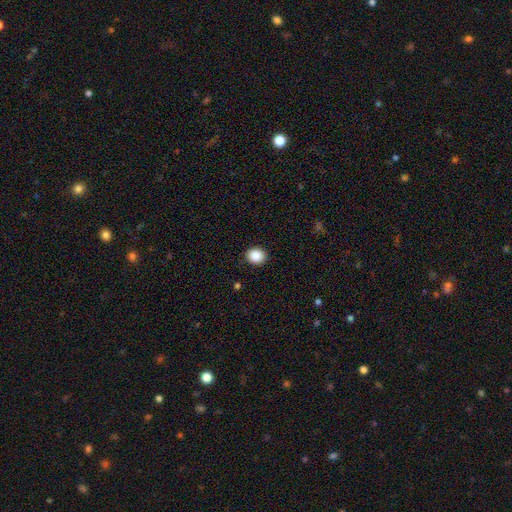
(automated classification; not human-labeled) Smooth or featured?
  - smooth: 88% *
  - star or artifact: 9%
  - featured or disk: 4%
How rounded?
  - round: 71% *
  - in between: 28%
  - cigar-shaped: 1%
Merging?
  - none: 91% *
  - minor disturbance: 6%
  - major disturbance: 2%
  - merger: 1%